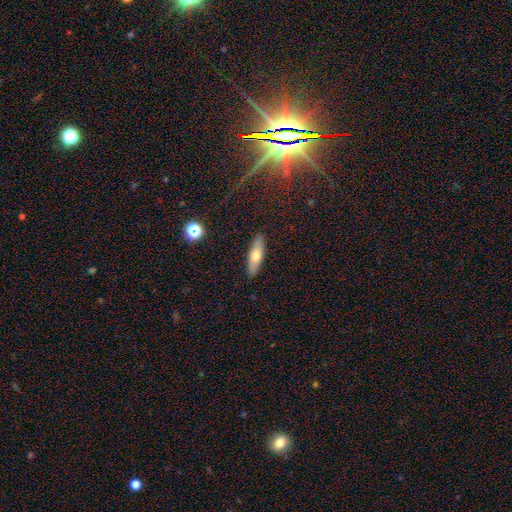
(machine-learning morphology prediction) Overall: smooth (64%; featured or disk 30%). How rounded: cigar-shaped (51%; in between 47%). Merging: none (89%).